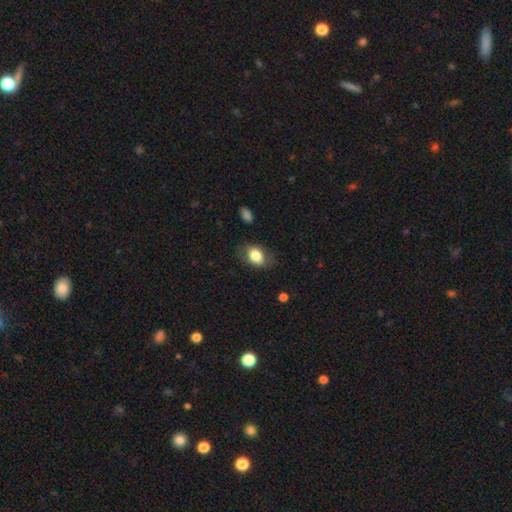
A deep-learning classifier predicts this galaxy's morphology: Overall: smooth (78%). How rounded: in between (81%). Merging: none (74%).